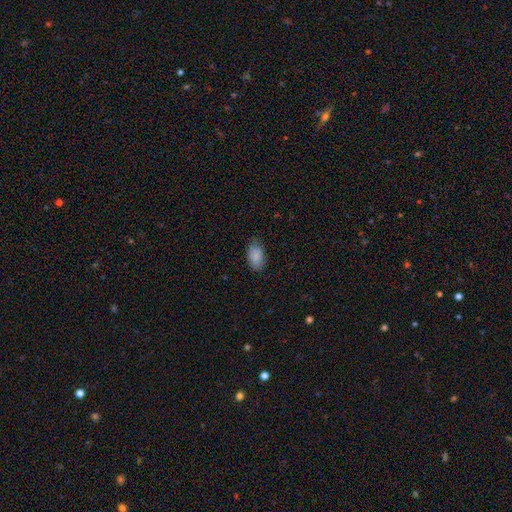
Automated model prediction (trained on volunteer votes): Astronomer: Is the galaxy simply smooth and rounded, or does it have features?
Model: smooth — 85%.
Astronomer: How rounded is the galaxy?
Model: in between — 91%.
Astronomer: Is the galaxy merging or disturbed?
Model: none — 74%.